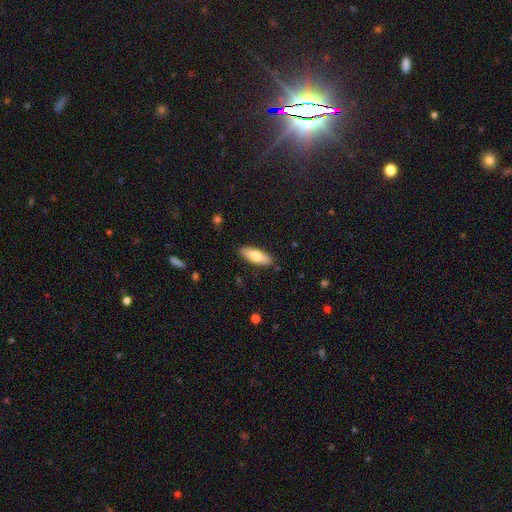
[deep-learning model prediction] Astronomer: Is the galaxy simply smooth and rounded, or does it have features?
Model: smooth — 74%.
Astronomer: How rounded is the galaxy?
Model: in between — 62%.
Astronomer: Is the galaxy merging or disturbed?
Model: none — 87%.